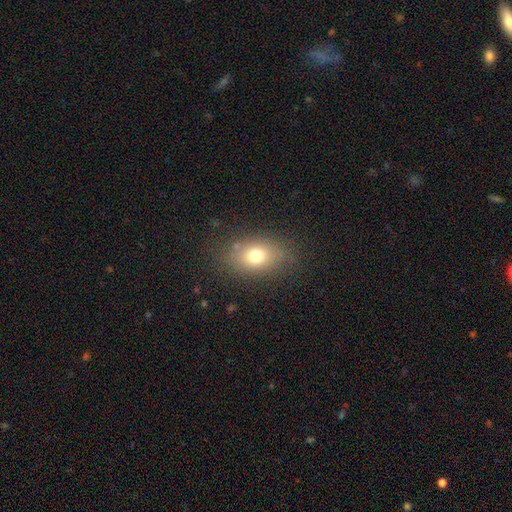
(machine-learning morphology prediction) Q: Smooth or featured?
A: smooth (74%); runner-up: featured or disk (14%)
Q: How rounded?
A: in between (74%); runner-up: round (25%)
Q: Merging?
A: none (79%); runner-up: minor disturbance (14%)